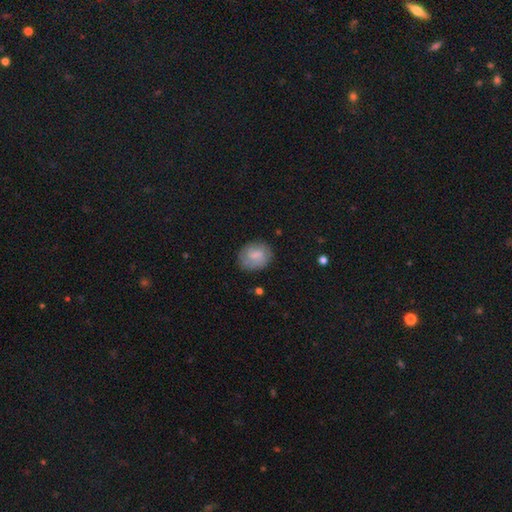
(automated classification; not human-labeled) This is possibly a smooth galaxy (56%). How rounded: possibly round (56%). Merging: likely none (72%).